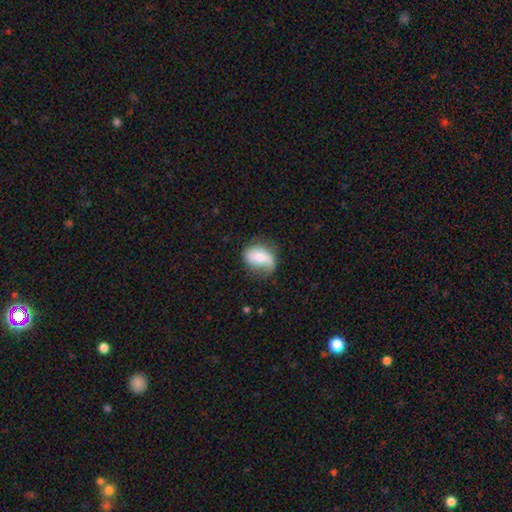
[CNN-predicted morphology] type=featured or disk (46%, tied with smooth); merging=none (55%).